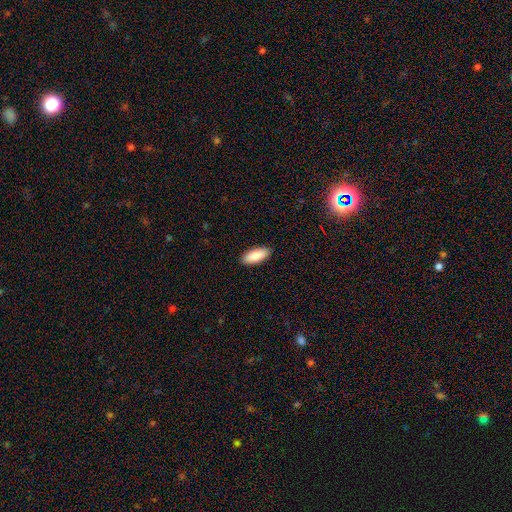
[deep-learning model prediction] Smooth or featured? Predicted: smooth (p=0.88). How rounded? Predicted: in between (p=0.82). Merging? Predicted: none (p=0.91).